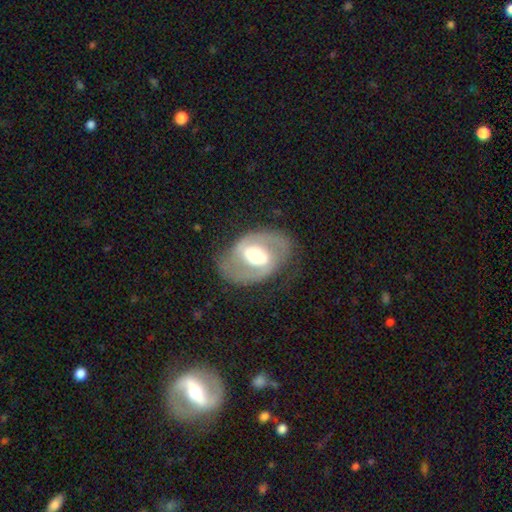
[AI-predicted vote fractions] Smooth or featured? Predicted: featured or disk (p=0.78). Edge-on disk? Predicted: no (p=0.96). Bar? Predicted: weak (p=0.39). Spiral arms? Predicted: yes (p=0.78). Spiral winding? Predicted: medium (p=0.48). Spiral arm count? Predicted: 2 (p=0.86). Bulge size? Predicted: moderate (p=0.58). Merging? Predicted: none (p=0.70).